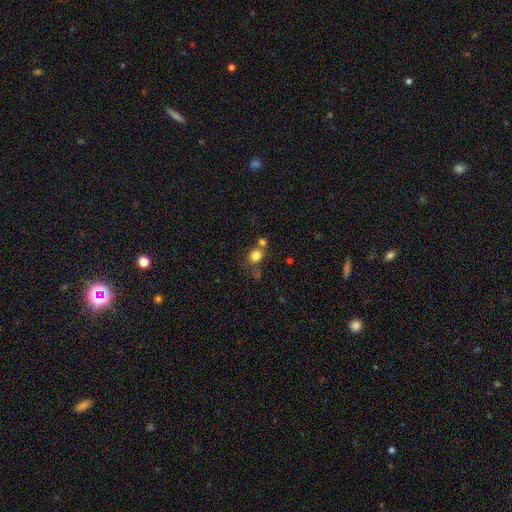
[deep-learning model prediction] Morphology: type=smooth (78%); roundness=round (76%); merging=none (54%).